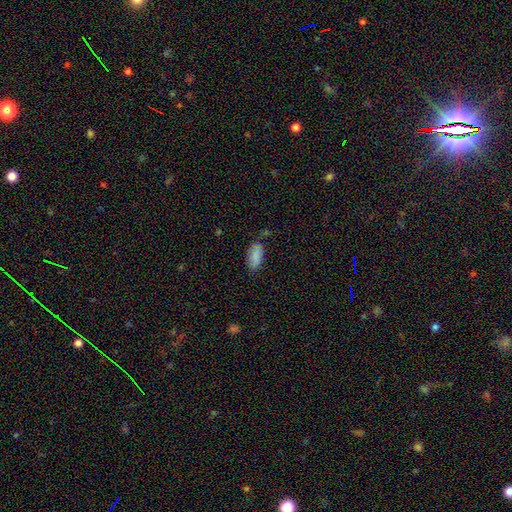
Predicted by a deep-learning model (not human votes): Smooth or featured: smooth — 86% (star or artifact — 7%)
How rounded: in between — 92% (cigar-shaped — 6%)
Merging: none — 71% (minor disturbance — 21%)